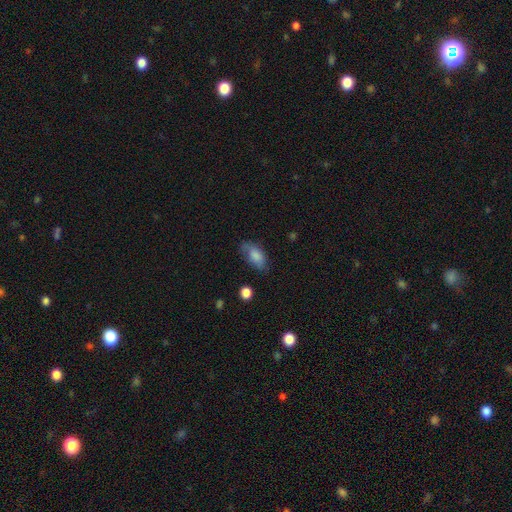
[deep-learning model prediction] Overall: smooth (80%). How rounded: in between (89%). Merging: none (61%; minor disturbance 28%).